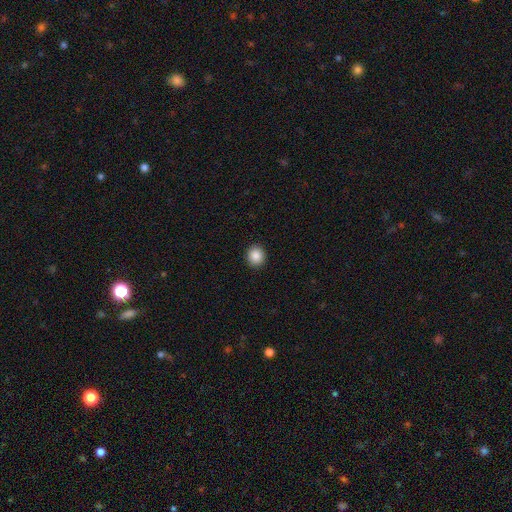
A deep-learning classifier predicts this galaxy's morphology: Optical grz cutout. It shows a smooth galaxy with no disk features (88%) that is round (83%). Merging: none (92%).